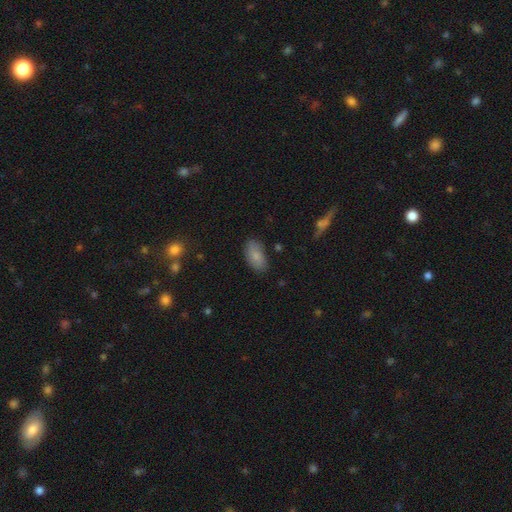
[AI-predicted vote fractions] Smooth or featured? Predicted: smooth (p=0.81). How rounded? Predicted: in between (p=0.94). Merging? Predicted: none (p=0.79).